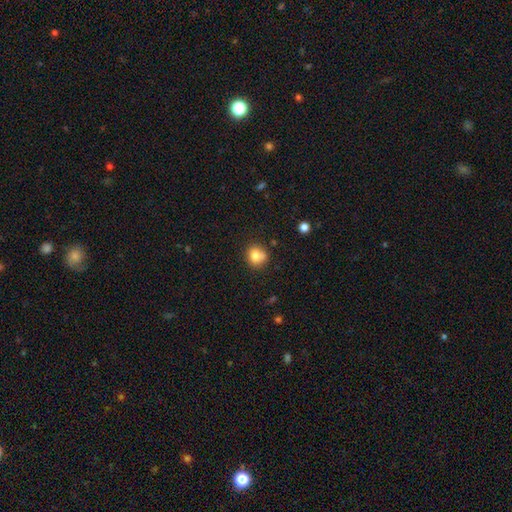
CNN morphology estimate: smooth-or-featured: smooth: 77% | featured or disk: 12% | star or artifact: 11%
  how-rounded: round: 80% | in between: 19% | cigar-shaped: 1%
  merging: none: 60% | merger: 21% | minor disturbance: 14% | major disturbance: 4%